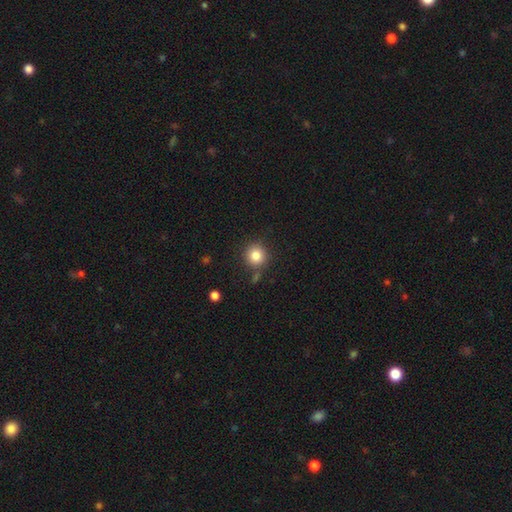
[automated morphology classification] smooth_or_featured: smooth (p=0.84) [alt: star or artifact p=0.11]
how_rounded: round (p=0.93) [alt: in between p=0.07]
merging: none (p=0.82) [alt: minor disturbance p=0.09]